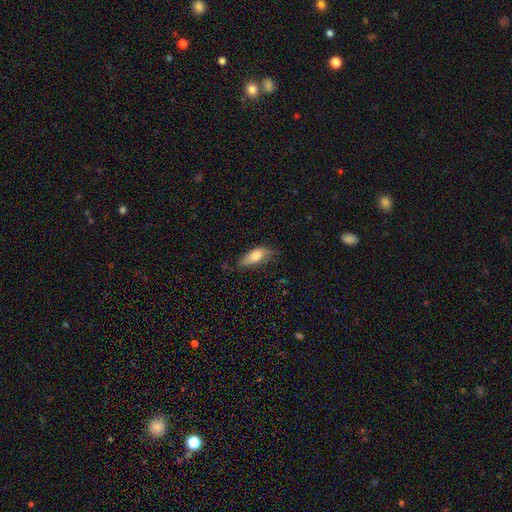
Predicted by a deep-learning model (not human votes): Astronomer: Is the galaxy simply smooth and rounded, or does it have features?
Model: smooth — 77%.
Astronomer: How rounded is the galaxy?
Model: in between — 76%.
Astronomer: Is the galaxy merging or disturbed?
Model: none — 61%.